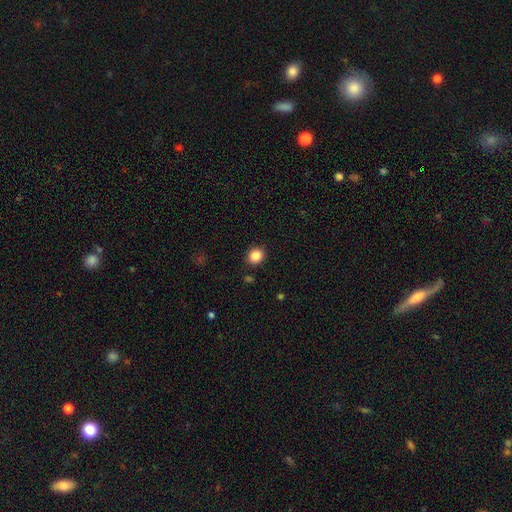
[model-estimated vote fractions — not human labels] Overall: smooth (86%). How rounded: round (74%). Merging: none (89%).